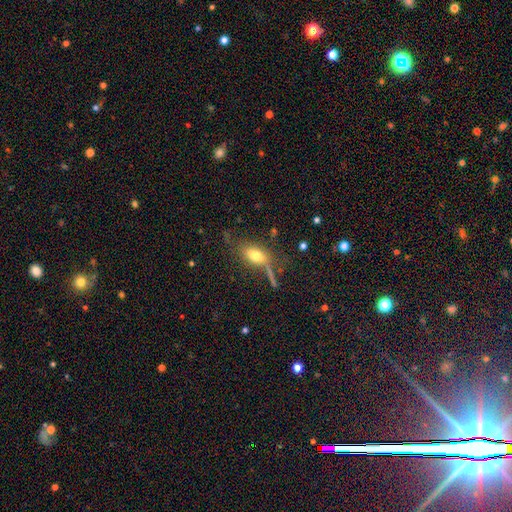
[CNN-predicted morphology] A smooth galaxy with no disk features (71%) that is in between round and cigar-shaped (84%).

Vote fractions:
- Smooth or featured? smooth: 71% / featured or disk: 19% / star or artifact: 11%
- How rounded? in between: 84% / round: 10% / cigar-shaped: 7%
- Merging? none: 62% / minor disturbance: 18% / major disturbance: 11% / merger: 10%